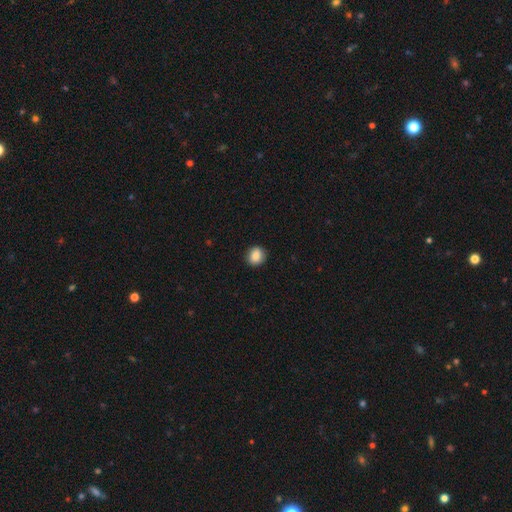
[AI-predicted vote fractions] Smooth or featured: smooth — 87% (star or artifact — 9%)
How rounded: round — 76% (in between — 23%)
Merging: none — 89% (minor disturbance — 8%)